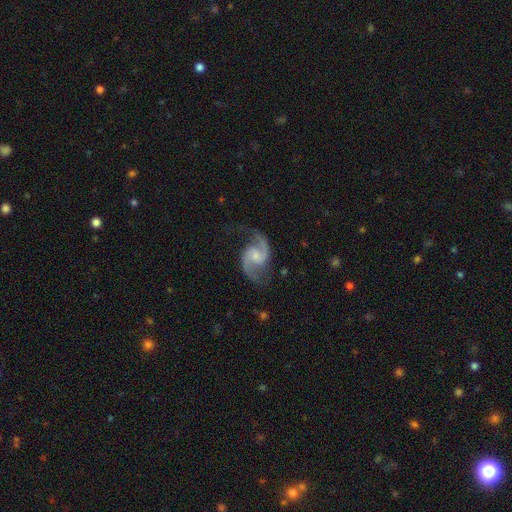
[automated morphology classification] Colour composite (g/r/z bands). It shows a featured or disk galaxy (92%) with no bar (50%), 2 (94%) medium (50%) spiral arms (98%) and a small central bulge (49%). Merging: none (74%).